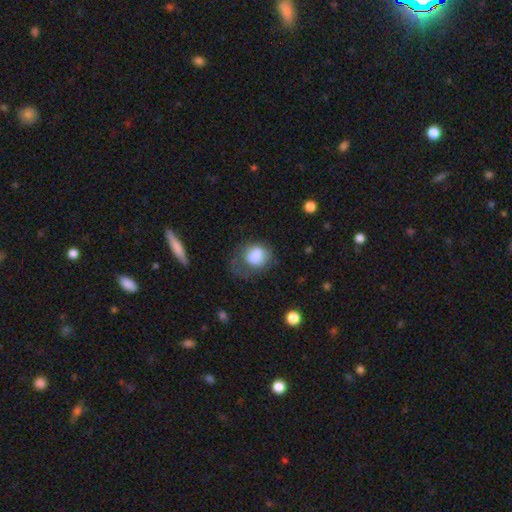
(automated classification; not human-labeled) Morphology: type=smooth (75%); roundness=round (55%); merging=major disturbance (38%).